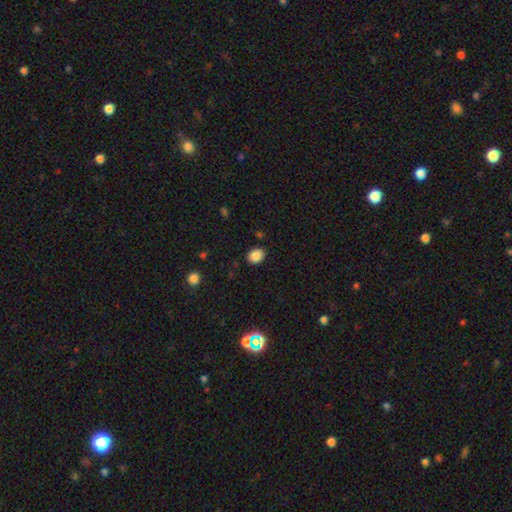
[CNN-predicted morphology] smooth-or-featured: smooth: 86% | star or artifact: 10% | featured or disk: 5%
  how-rounded: round: 53% | in between: 46% | cigar-shaped: 1%
  merging: none: 89% | minor disturbance: 8% | major disturbance: 2% | merger: 1%